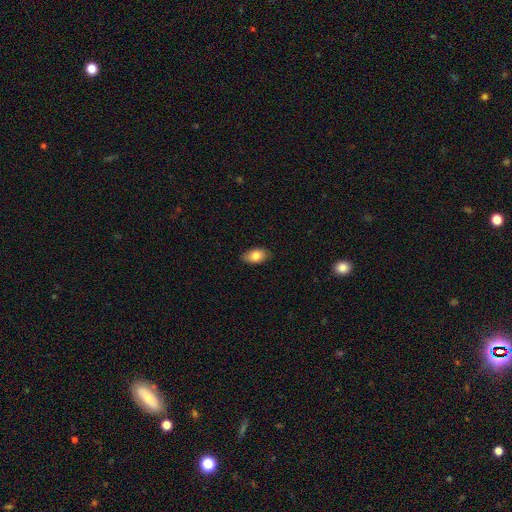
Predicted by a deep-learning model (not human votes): Smooth or featured? Predicted: smooth (p=0.82). How rounded? Predicted: in between (p=0.92). Merging? Predicted: none (p=0.86).